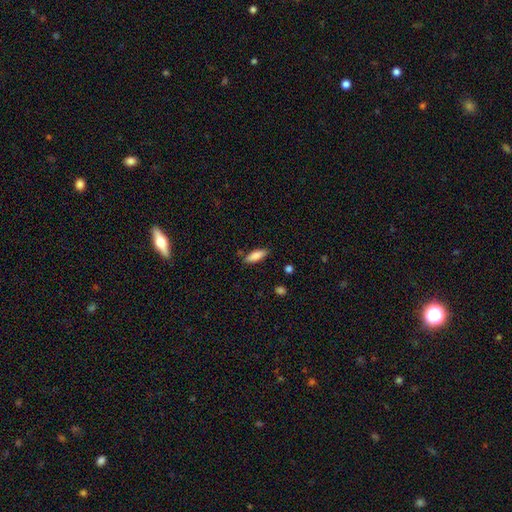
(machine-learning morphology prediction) smooth 84%, featured or disk 10%, star or artifact 7%. Down the decision tree: how rounded — in between (63%); merging — none (83%).